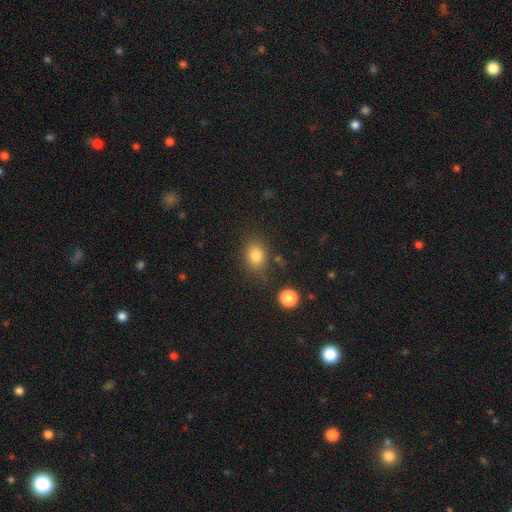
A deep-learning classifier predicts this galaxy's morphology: Q: Smooth or featured?
A: smooth (82%); runner-up: star or artifact (11%)
Q: How rounded?
A: in between (53%); runner-up: round (46%)
Q: Merging?
A: none (74%); runner-up: minor disturbance (16%)